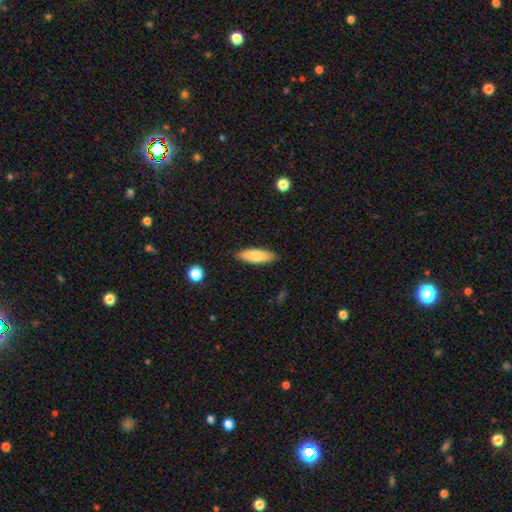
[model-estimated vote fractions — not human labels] Overall: smooth (79%). How rounded: in between (50%; cigar-shaped 48%). Merging: none (87%).